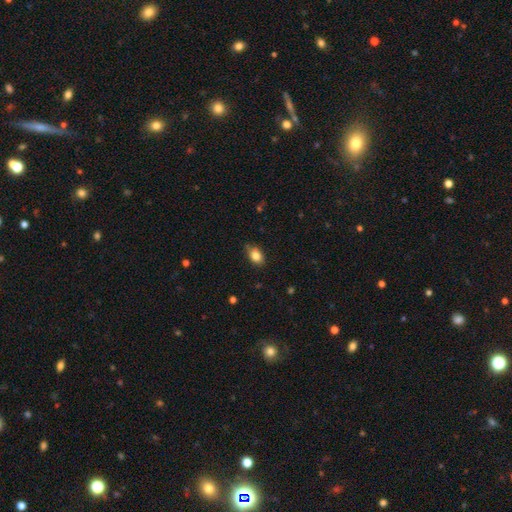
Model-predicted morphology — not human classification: Overall: smooth (83%). How rounded: in between (81%). Merging: none (75%).